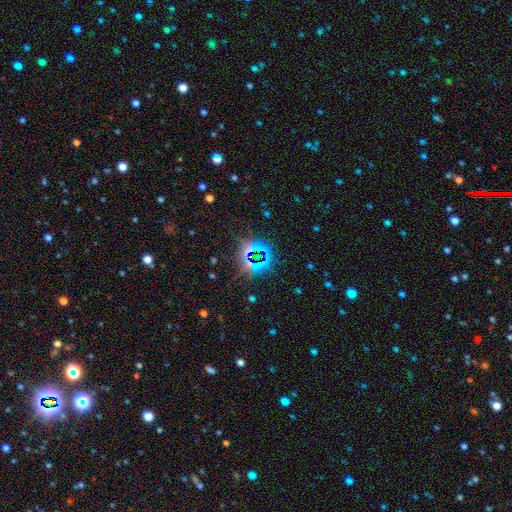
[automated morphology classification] Smooth or featured: star or artifact — 75% (smooth — 16%)